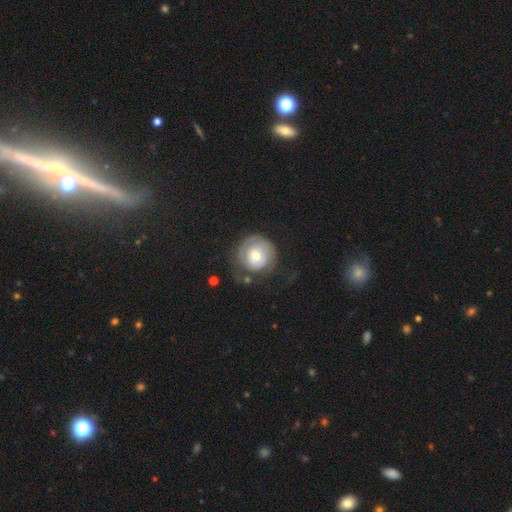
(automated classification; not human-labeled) smooth_or_featured: featured or disk (p=0.49) [alt: smooth p=0.45]
merging: none (p=0.51) [alt: major disturbance p=0.23]